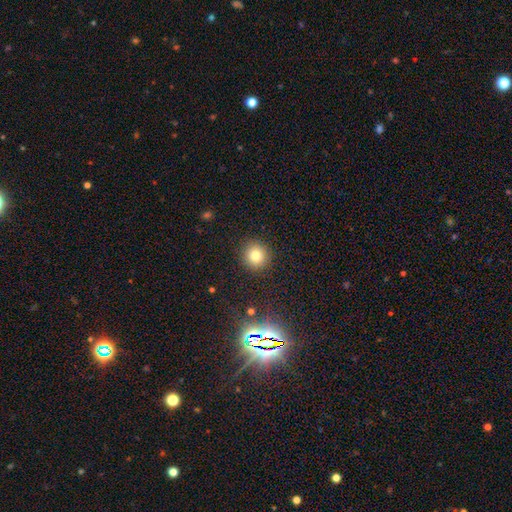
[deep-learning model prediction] This is likely a smooth galaxy (78%). How rounded: clearly round (92%). Merging: clearly none (90%).